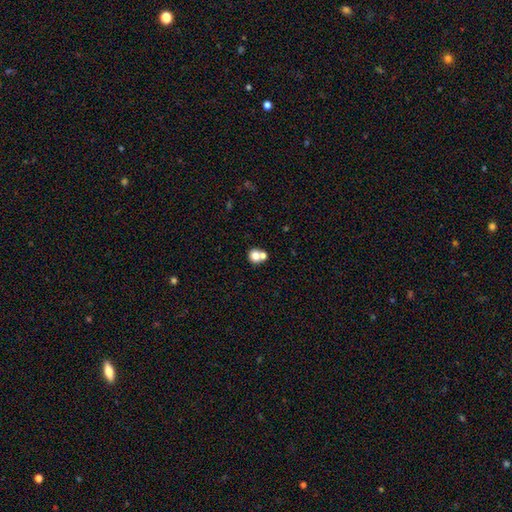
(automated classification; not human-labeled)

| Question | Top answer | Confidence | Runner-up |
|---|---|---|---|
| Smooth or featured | smooth | 77% | featured or disk (12%) |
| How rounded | round | 83% | in between (16%) |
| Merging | merger | 48% | none (42%) |